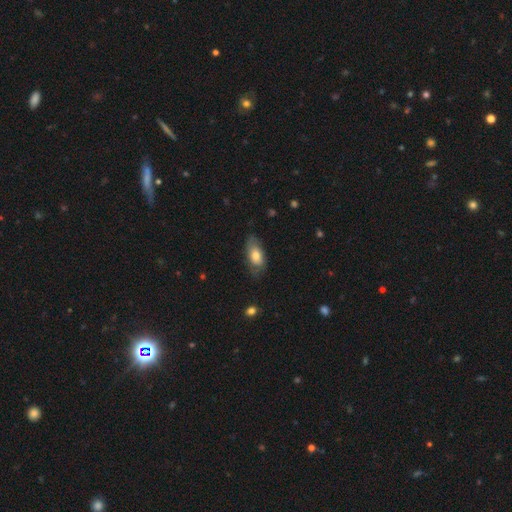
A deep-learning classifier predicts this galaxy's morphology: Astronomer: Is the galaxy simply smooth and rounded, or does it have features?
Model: smooth — 66%.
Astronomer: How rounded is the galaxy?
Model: in between — 89%.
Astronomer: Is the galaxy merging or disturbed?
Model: none — 67%.